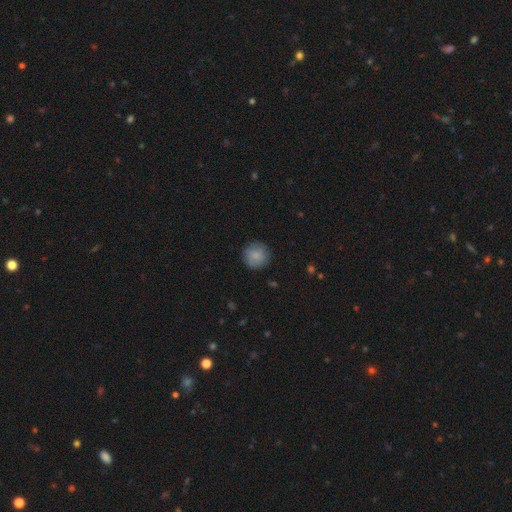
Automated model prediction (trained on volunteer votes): Overall: smooth (84%). How rounded: round (94%). Merging: none (87%).